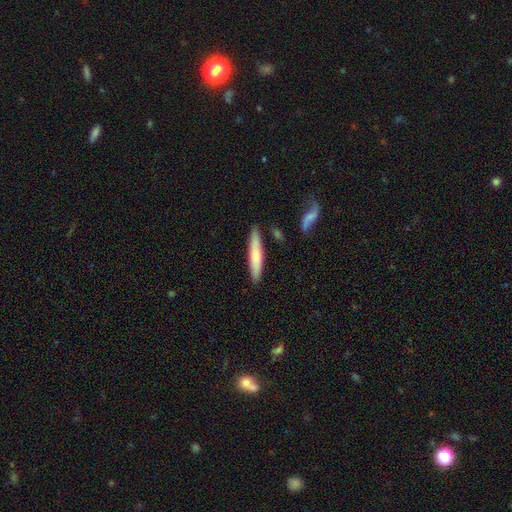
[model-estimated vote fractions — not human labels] This is likely a smooth galaxy (66%). How rounded: clearly cigar-shaped (89%). Merging: clearly none (86%).